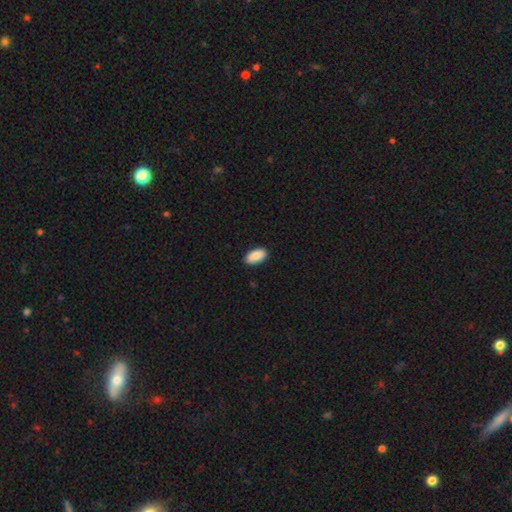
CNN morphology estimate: Smooth or featured: smooth — 90% (star or artifact — 6%)
How rounded: in between — 94% (cigar-shaped — 4%)
Merging: none — 89% (minor disturbance — 8%)